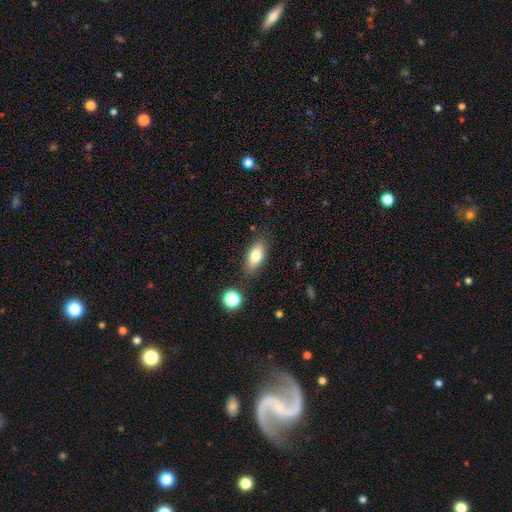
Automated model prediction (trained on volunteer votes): smooth_or_featured: smooth (p=0.76) [alt: featured or disk p=0.16]
how_rounded: in between (p=0.83) [alt: cigar-shaped p=0.13]
merging: none (p=0.83) [alt: minor disturbance p=0.12]